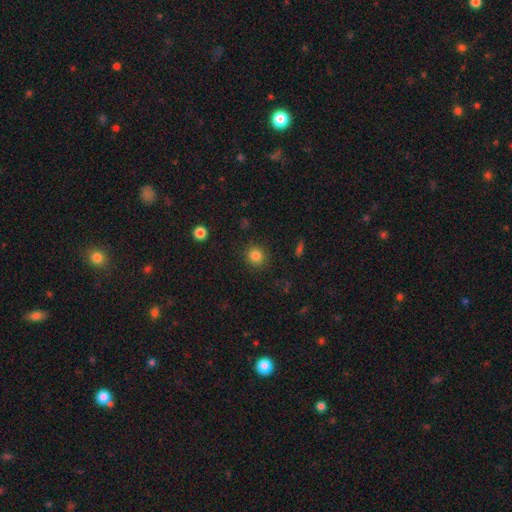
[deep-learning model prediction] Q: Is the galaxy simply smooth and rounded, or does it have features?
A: smooth — 83%.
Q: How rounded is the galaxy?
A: round — 88%.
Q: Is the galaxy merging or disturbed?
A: none — 89%.